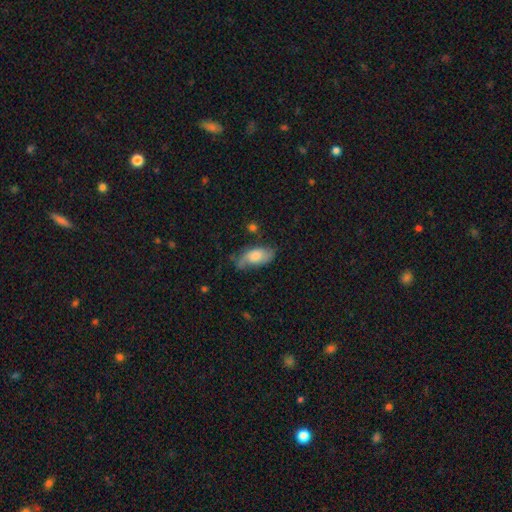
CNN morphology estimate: Smooth or featured: smooth — 55% (featured or disk — 38%)
How rounded: in between — 87% (cigar-shaped — 9%)
Merging: none — 53% (minor disturbance — 31%)